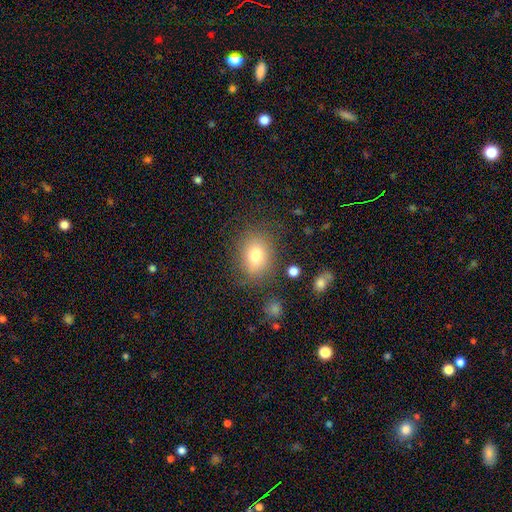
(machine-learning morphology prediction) Overall: smooth (78%). How rounded: in between (55%; round 44%). Merging: none (78%).